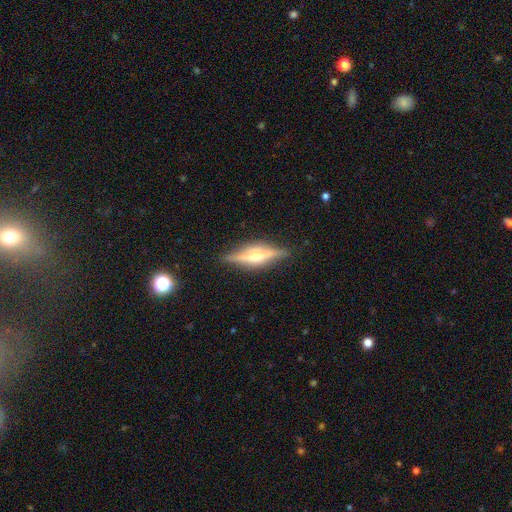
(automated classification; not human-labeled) Q: Smooth or featured?
A: featured or disk (73%); runner-up: smooth (20%)
Q: Edge-on disk?
A: yes (95%); runner-up: no (5%)
Q: Edge-on bulge?
A: rounded (84%); runner-up: boxy (11%)
Q: Merging?
A: none (85%); runner-up: minor disturbance (11%)